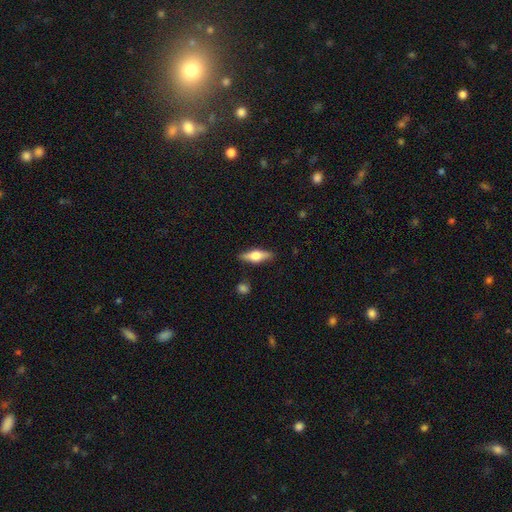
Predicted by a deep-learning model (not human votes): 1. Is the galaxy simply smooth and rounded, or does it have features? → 48% featured or disk, 46% smooth, 6% star or artifact.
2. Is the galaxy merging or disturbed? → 87% none, 10% minor disturbance, 2% major disturbance, 2% merger.